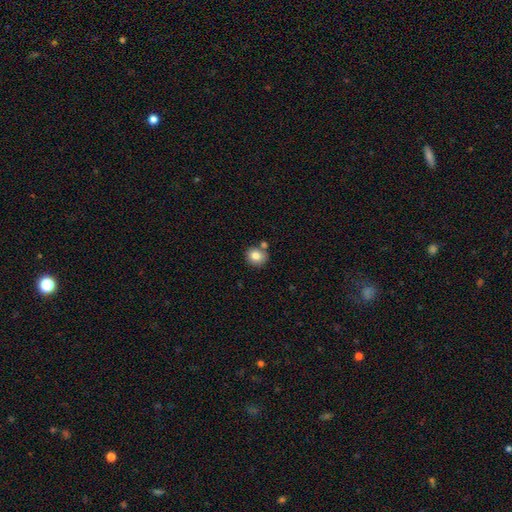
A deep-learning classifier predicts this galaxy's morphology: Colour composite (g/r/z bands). It shows a smooth galaxy with no disk features (81%) that is round (82%). Merging: none (70%).